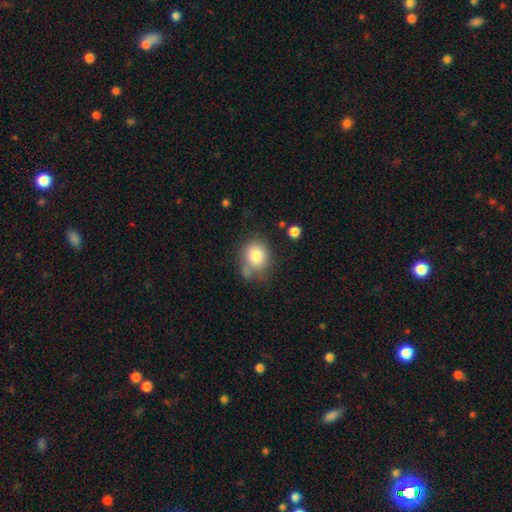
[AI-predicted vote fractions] The model was most divided on "merging": none: 58%, minor disturbance: 22%, merger: 13%, major disturbance: 8%. More confident: smooth or featured — smooth (81%); how rounded — round (68%).